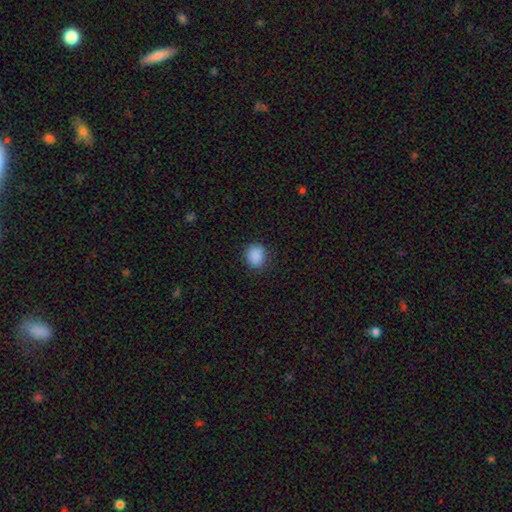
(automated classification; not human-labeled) Morphology: type=smooth (88%); roundness=round (71%); merging=none (85%).